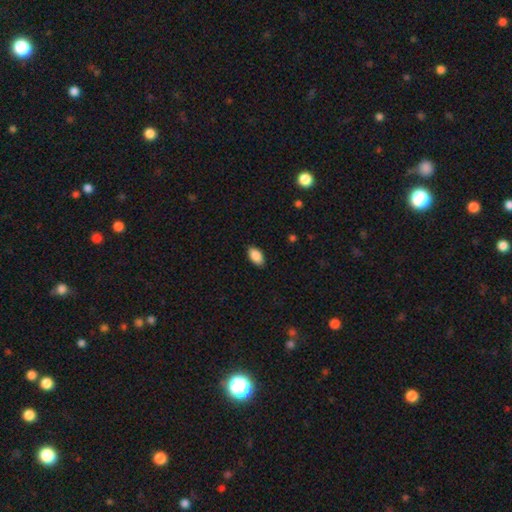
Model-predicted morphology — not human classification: The model was most divided on "merging": none: 88%, minor disturbance: 9%, major disturbance: 2%, merger: 1%. More confident: how rounded — in between (94%); smooth or featured — smooth (88%).